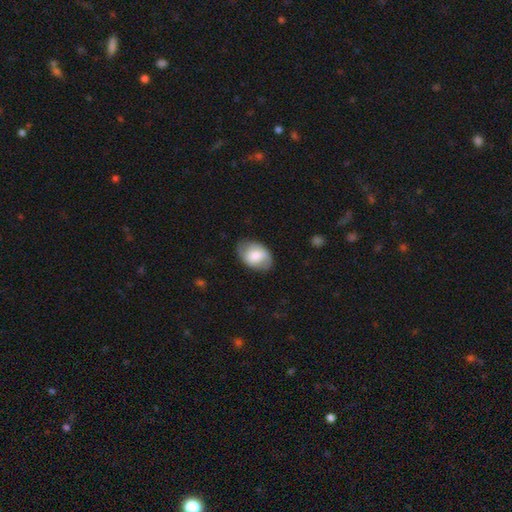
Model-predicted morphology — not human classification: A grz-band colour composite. It shows a smooth galaxy with no disk features (69%) that is in between round and cigar-shaped (83%). Merging: none (76%).